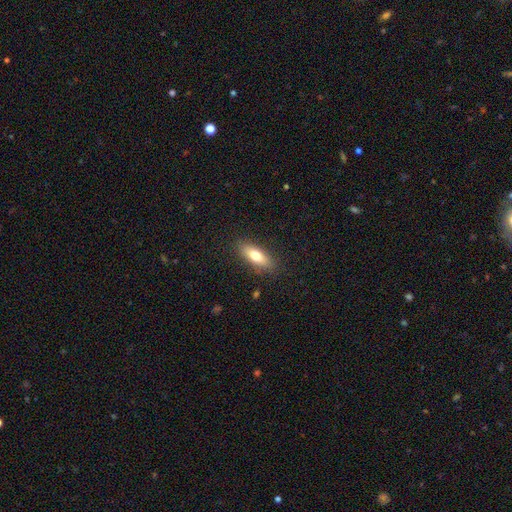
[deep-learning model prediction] Smooth or featured?
  - smooth: 71% *
  - featured or disk: 22%
  - star or artifact: 7%
How rounded?
  - in between: 64% *
  - cigar-shaped: 33%
  - round: 3%
Merging?
  - none: 86% *
  - minor disturbance: 10%
  - major disturbance: 3%
  - merger: 1%